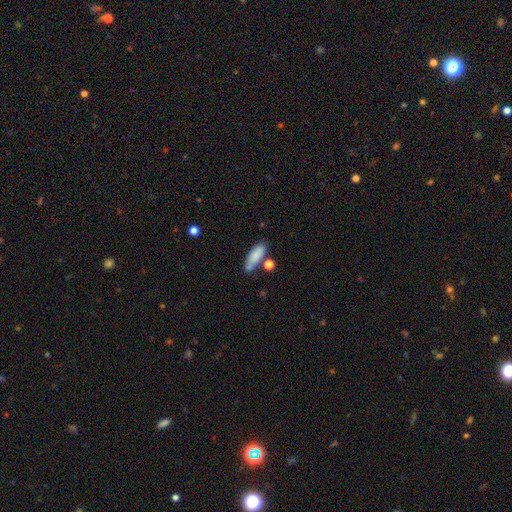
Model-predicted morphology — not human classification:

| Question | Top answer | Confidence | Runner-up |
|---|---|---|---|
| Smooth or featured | smooth | 84% | featured or disk (9%) |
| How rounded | in between | 66% | cigar-shaped (32%) |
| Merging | none | 61% | minor disturbance (19%) |